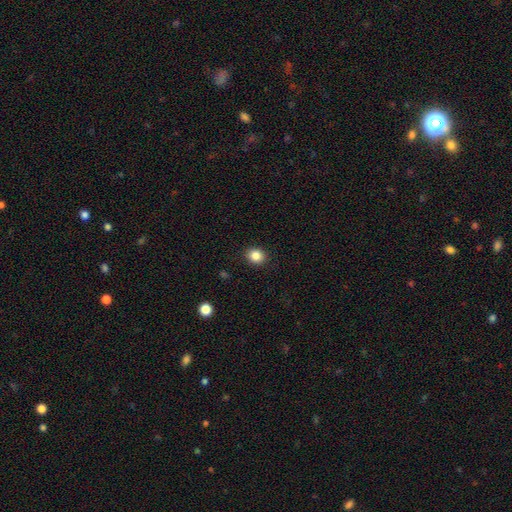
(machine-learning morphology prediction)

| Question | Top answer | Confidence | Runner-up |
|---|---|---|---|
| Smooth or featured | smooth | 85% | star or artifact (10%) |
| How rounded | round | 65% | in between (34%) |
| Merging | none | 90% | minor disturbance (7%) |